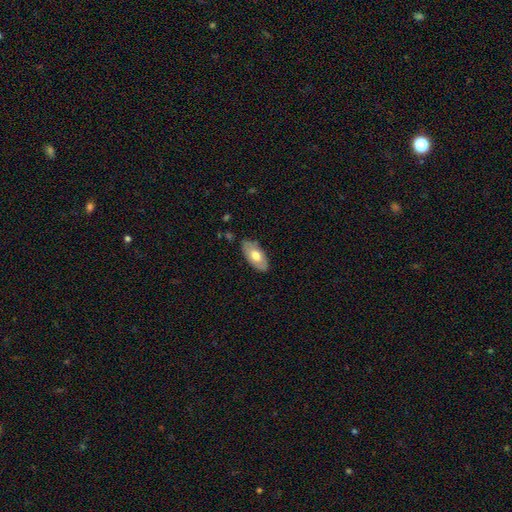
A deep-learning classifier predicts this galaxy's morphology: Smooth or featured? Predicted: smooth (p=0.64). How rounded? Predicted: in between (p=0.93). Merging? Predicted: none (p=0.82).